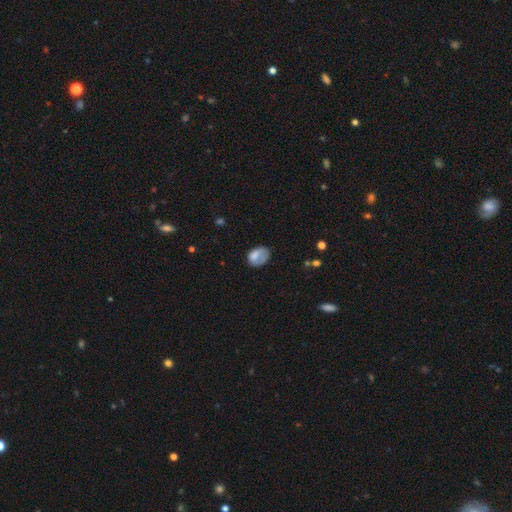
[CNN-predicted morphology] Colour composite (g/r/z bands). It shows a smooth galaxy with no disk features (69%) that is in between round and cigar-shaped (72%). Merging: none (44%).